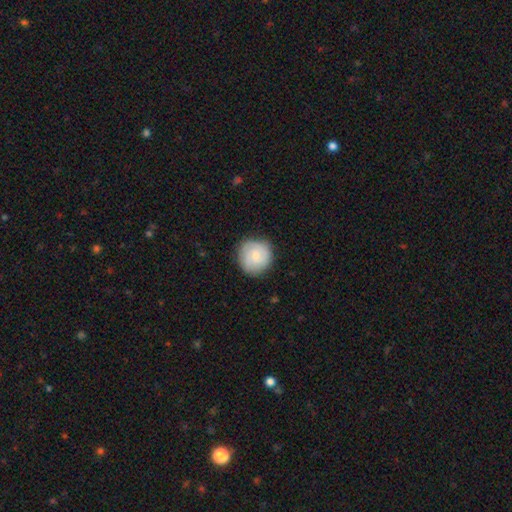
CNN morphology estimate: This appears to be a smooth galaxy with no disk features (68%) that is round (92%). Merging: none (83%).